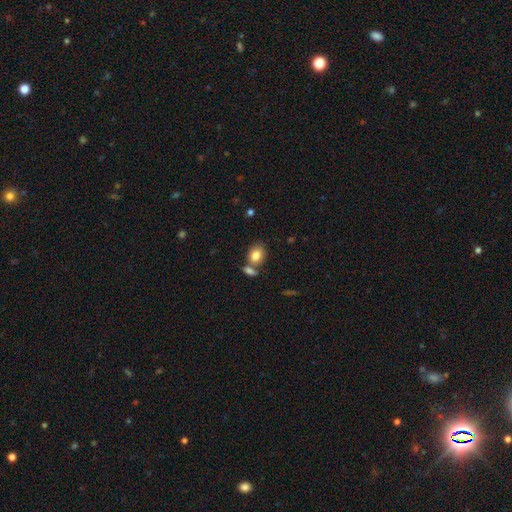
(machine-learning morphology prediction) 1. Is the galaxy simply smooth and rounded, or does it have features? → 82% smooth, 9% featured or disk, 9% star or artifact.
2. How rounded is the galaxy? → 56% in between, 43% round, 1% cigar-shaped.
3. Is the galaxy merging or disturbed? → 56% none, 29% merger, 12% minor disturbance, 4% major disturbance.